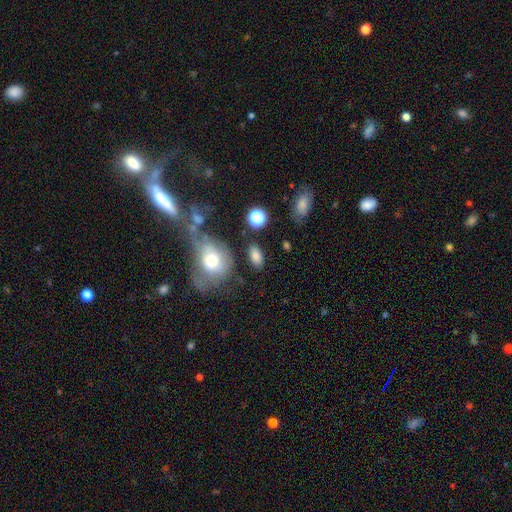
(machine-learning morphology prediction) This appears to be a smooth galaxy with no disk features (79%) that is in between round and cigar-shaped (88%). Merging: none (77%).